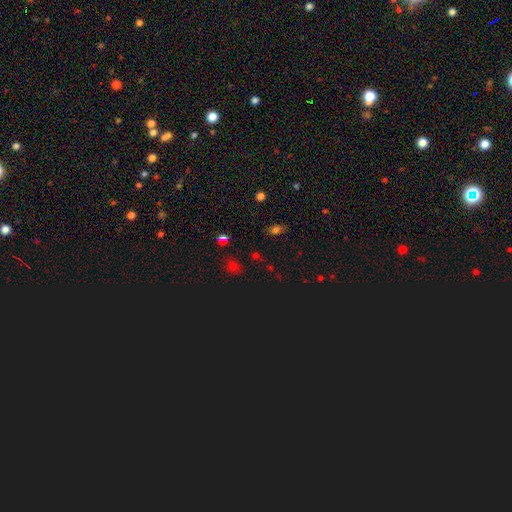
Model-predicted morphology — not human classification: Smooth or featured? star or artifact (48%)